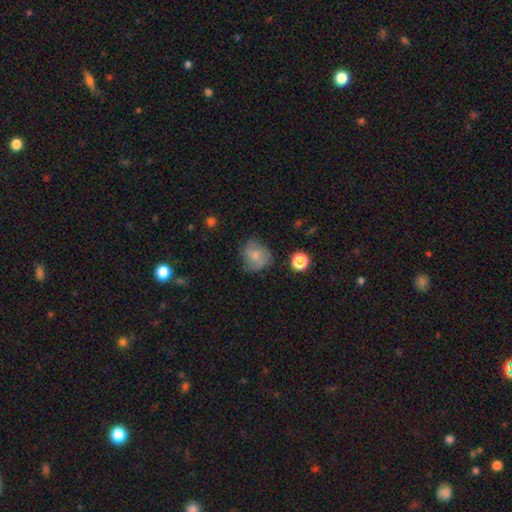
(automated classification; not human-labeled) Smooth or featured: smooth — 64% (featured or disk — 26%)
How rounded: round — 73% (in between — 26%)
Merging: none — 58% (minor disturbance — 28%)